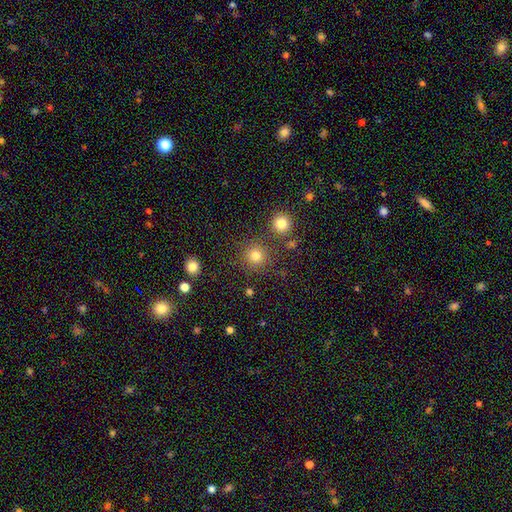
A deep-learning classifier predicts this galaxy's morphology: Overall: smooth (80%). How rounded: round (93%). Merging: none (83%).